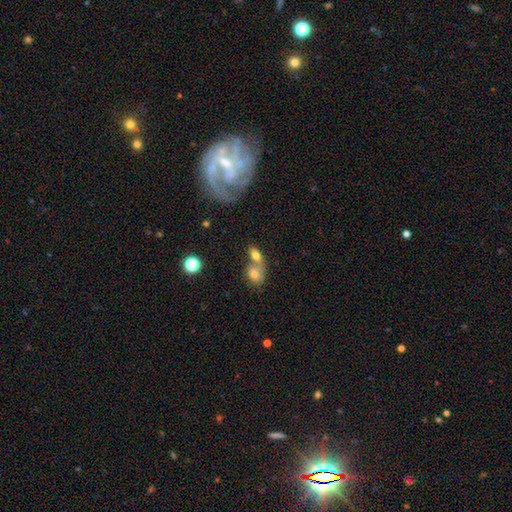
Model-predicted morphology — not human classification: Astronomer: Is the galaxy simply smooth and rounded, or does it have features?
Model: smooth — 72%.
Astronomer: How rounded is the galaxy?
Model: in between — 77%.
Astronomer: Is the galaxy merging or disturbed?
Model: merger — 62%.